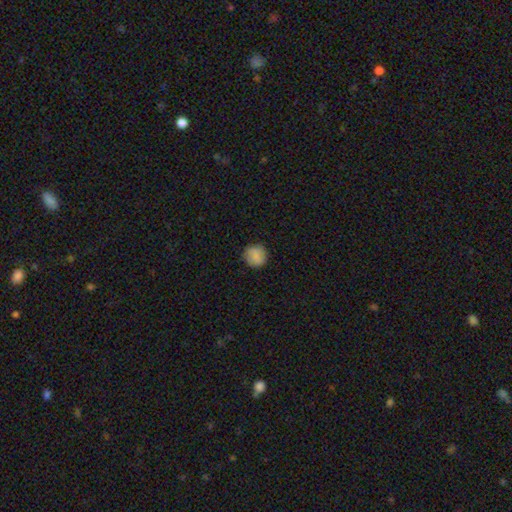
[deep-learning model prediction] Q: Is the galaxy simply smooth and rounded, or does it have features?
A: smooth — 85%.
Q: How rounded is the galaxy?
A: round — 89%.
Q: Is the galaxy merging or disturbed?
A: none — 88%.